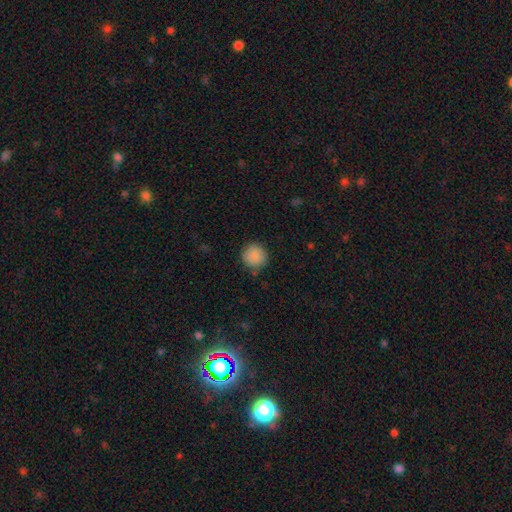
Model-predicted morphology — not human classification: A smooth galaxy with no disk features (88%) that is round (94%). Merging: none (84%).